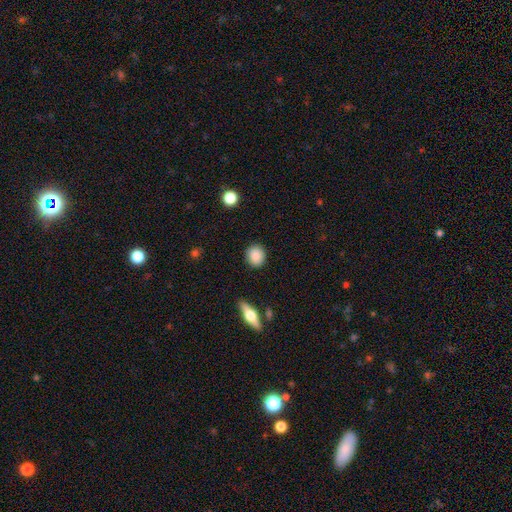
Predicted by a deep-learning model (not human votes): The model was most divided on "how rounded": round: 72%, in between: 26%, cigar-shaped: 2%. More confident: merging — none (89%); smooth or featured — smooth (88%).